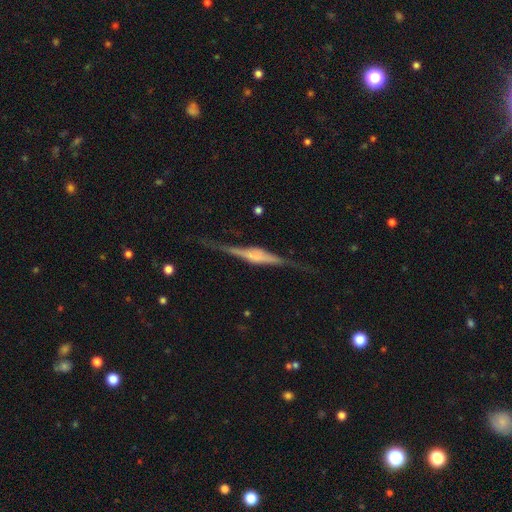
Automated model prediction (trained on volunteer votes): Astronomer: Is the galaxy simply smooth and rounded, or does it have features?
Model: featured or disk — 84%.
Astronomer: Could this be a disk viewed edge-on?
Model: yes — 97%.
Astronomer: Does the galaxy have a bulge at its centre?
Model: rounded — 55% (runner-up: boxy, 38%).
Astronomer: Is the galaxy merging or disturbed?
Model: none — 82%.